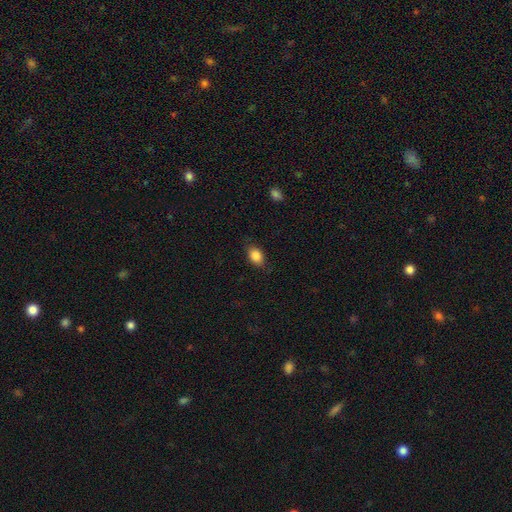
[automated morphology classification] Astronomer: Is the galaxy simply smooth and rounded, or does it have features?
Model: smooth — 85%.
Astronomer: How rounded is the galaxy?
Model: in between — 82%.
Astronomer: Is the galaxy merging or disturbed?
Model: none — 80%.